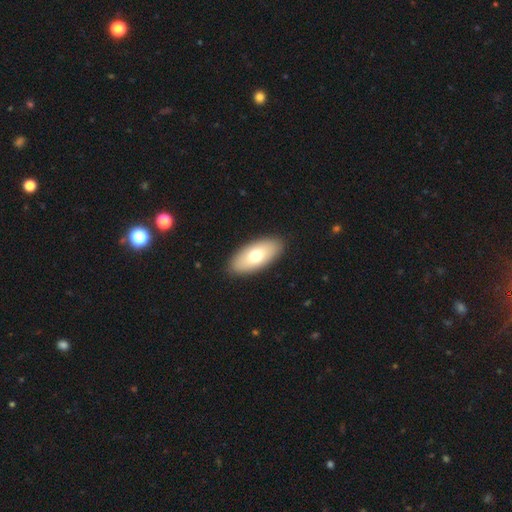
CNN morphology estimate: Smooth or featured: smooth — 69% (featured or disk — 25%)
How rounded: in between — 90% (cigar-shaped — 7%)
Merging: none — 90% (minor disturbance — 7%)